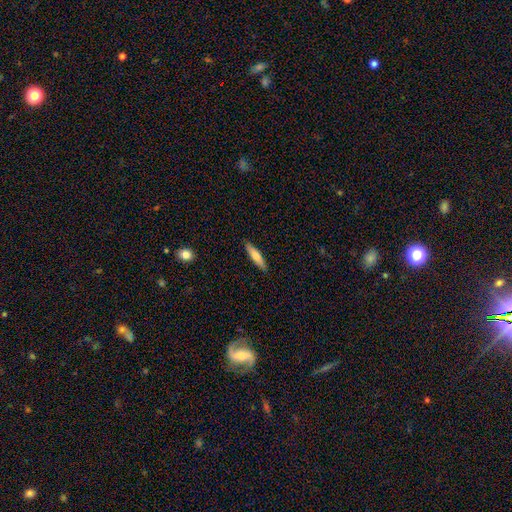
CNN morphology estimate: A smooth galaxy with no disk features (65%) that is cigar-shaped (79%). Merging: none (89%).